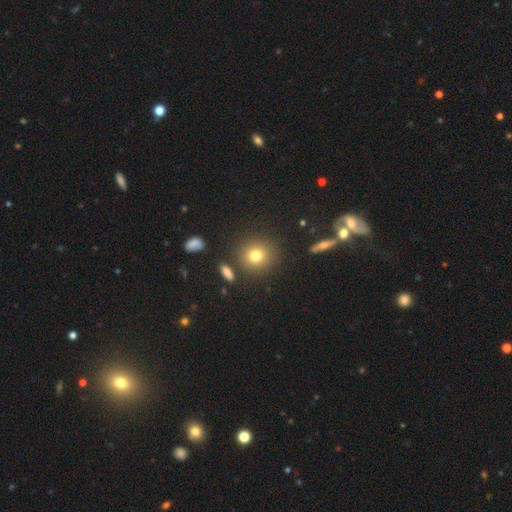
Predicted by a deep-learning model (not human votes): smooth_or_featured: smooth (p=0.78) [alt: star or artifact p=0.13]
how_rounded: round (p=0.88) [alt: in between p=0.11]
merging: none (p=0.85) [alt: minor disturbance p=0.08]